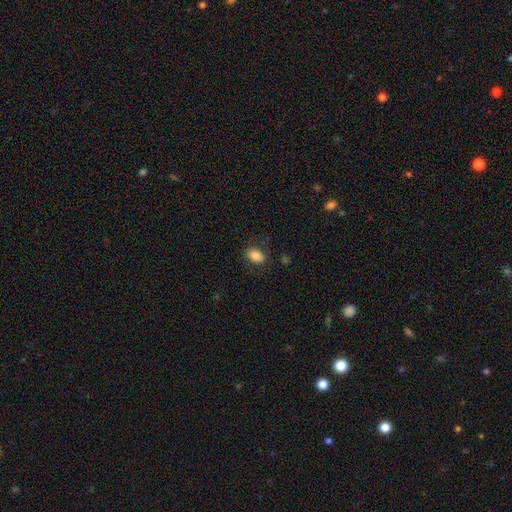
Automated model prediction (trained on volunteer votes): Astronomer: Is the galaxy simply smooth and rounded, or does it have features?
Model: smooth — 84%.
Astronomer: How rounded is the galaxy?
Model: in between — 87%.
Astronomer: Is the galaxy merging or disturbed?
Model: none — 81%.